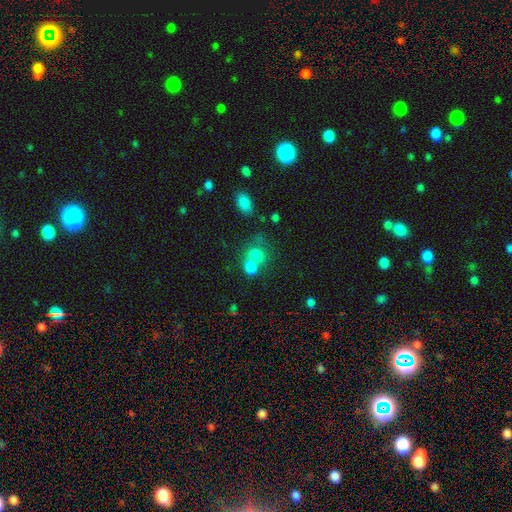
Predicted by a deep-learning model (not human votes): This is likely a smooth galaxy (76%). How rounded: likely round (64%). Merging: possibly merger (50%).